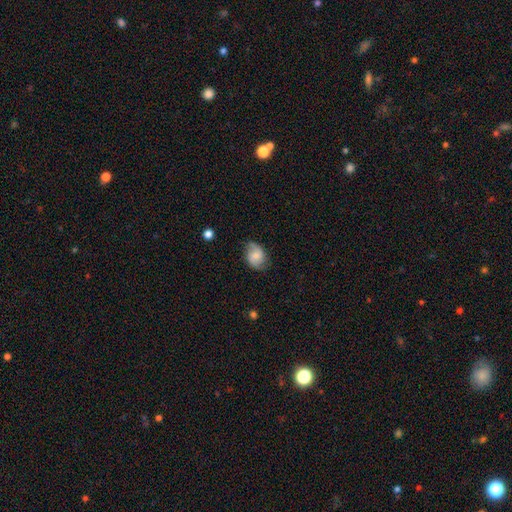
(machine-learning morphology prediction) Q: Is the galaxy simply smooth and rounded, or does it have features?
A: smooth — 48%.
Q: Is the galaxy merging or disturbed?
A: none — 65%.